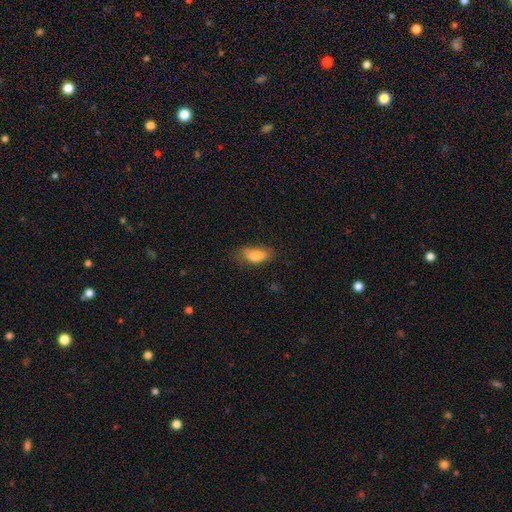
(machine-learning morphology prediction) This appears to be a smooth galaxy with no disk features (82%) that is in between round and cigar-shaped (87%). Merging: none (64%).